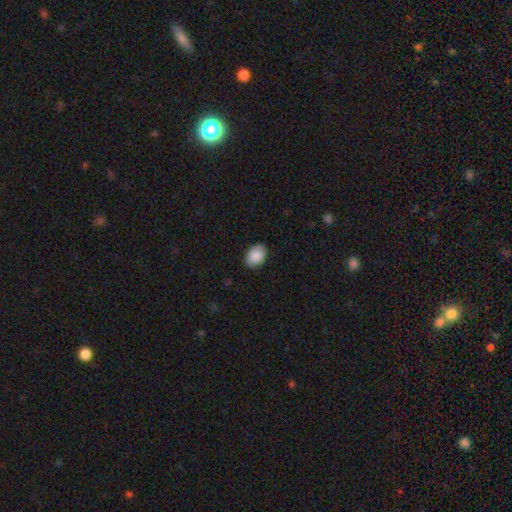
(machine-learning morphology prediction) Overall: smooth (89%). How rounded: in between (78%). Merging: none (86%).